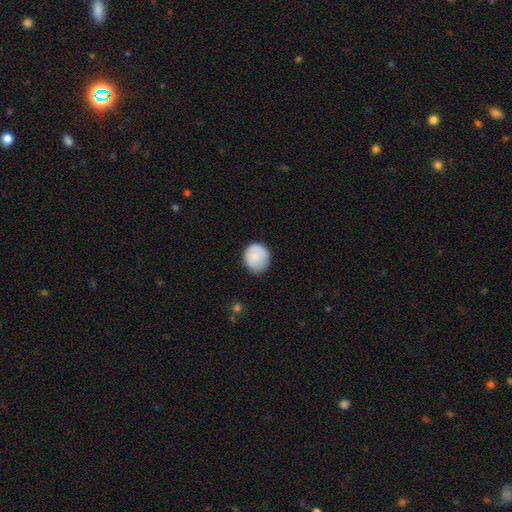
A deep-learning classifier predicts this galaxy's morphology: Smooth or featured? Predicted: smooth (p=0.81). How rounded? Predicted: round (p=0.82). Merging? Predicted: none (p=0.81).